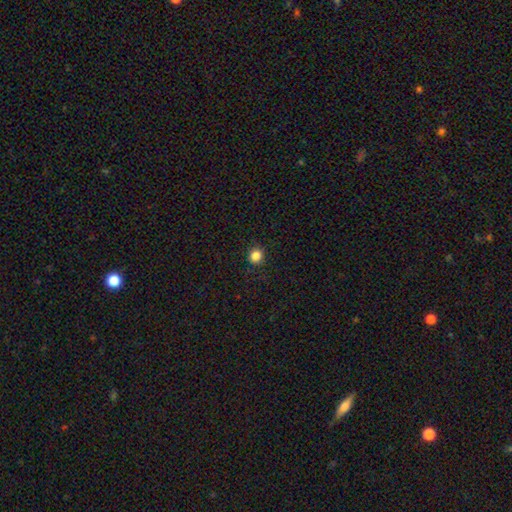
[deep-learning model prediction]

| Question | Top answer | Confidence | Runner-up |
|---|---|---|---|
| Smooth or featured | smooth | 85% | star or artifact (12%) |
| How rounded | round | 85% | in between (14%) |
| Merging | none | 88% | minor disturbance (8%) |